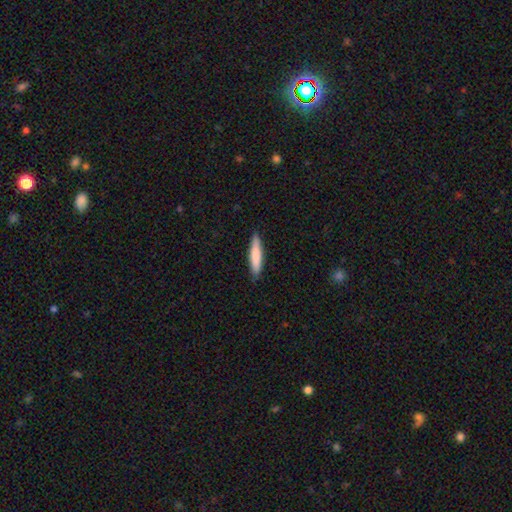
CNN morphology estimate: smooth-or-featured: smooth: 79% | featured or disk: 16% | star or artifact: 5%
  how-rounded: cigar-shaped: 85% | in between: 14% | round: 1%
  merging: none: 88% | minor disturbance: 9% | major disturbance: 2% | merger: 1%